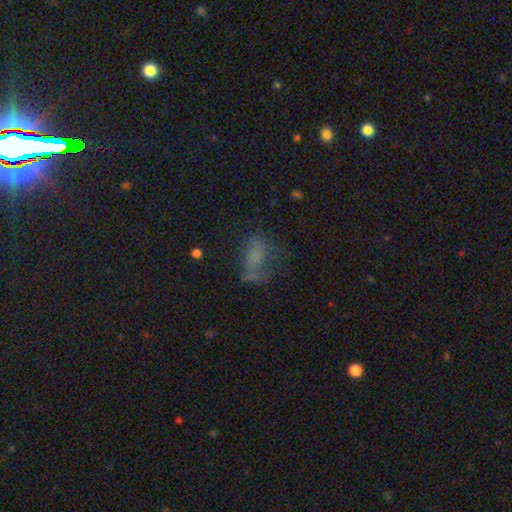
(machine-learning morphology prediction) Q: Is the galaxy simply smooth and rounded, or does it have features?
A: smooth — 53%.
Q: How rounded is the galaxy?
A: in between — 81%.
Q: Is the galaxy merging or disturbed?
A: major disturbance — 36%.